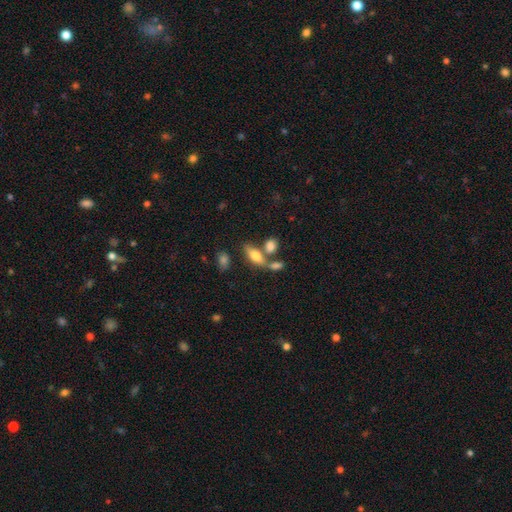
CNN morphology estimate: A smooth galaxy with no disk features (66%) that is in between round and cigar-shaped (73%).

Vote fractions:
- Smooth or featured? smooth: 66% / featured or disk: 25% / star or artifact: 9%
- How rounded? in between: 73% / cigar-shaped: 22% / round: 5%
- Merging? none: 53% / merger: 29% / minor disturbance: 12% / major disturbance: 6%